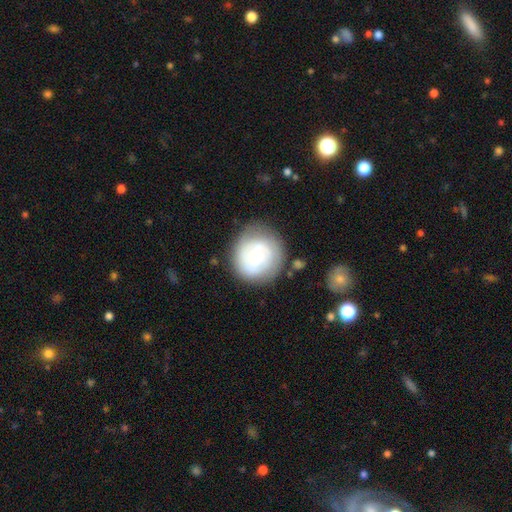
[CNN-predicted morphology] Smooth or featured?
  - featured or disk: 50% *
  - smooth: 43%
  - star or artifact: 7%
Merging?
  - none: 75% *
  - minor disturbance: 16%
  - major disturbance: 6%
  - merger: 3%